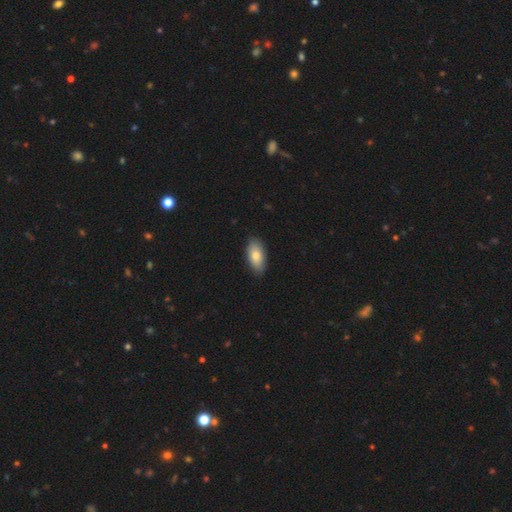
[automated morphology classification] Smooth or featured? smooth (80%)
How rounded? in between (91%)
Merging? none (86%)